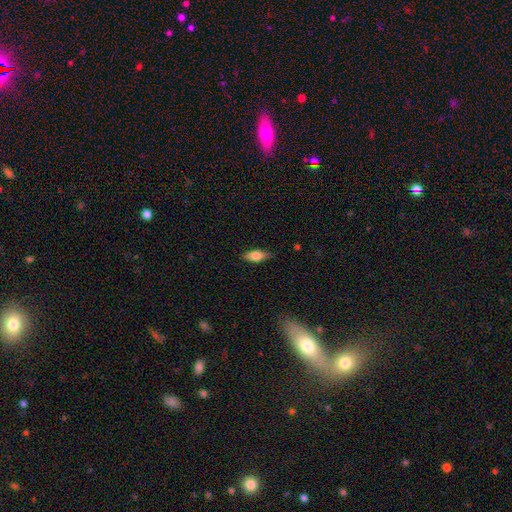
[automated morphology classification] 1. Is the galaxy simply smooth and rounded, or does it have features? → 69% smooth, 24% featured or disk, 7% star or artifact.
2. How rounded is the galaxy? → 75% in between, 21% cigar-shaped, 3% round.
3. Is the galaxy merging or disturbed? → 84% none, 13% minor disturbance, 2% major disturbance, 1% merger.